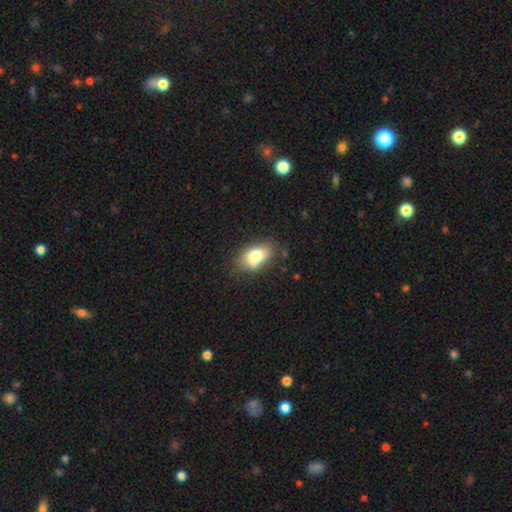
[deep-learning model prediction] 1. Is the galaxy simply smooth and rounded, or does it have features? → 75% smooth, 15% featured or disk, 9% star or artifact.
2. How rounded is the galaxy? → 85% in between, 12% round, 2% cigar-shaped.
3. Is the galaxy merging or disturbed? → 64% none, 23% minor disturbance, 7% merger, 6% major disturbance.